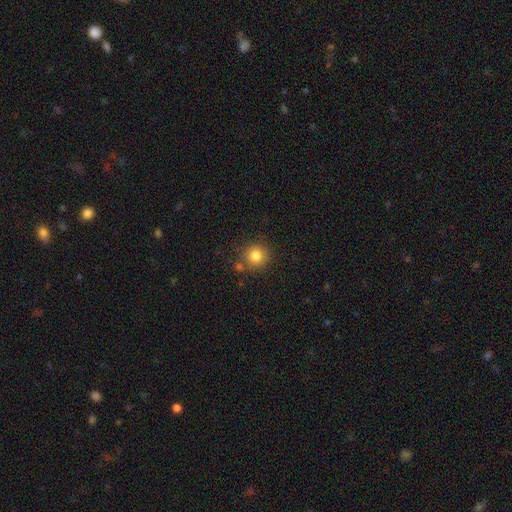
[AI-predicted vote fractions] Overall: smooth (82%). How rounded: round (91%). Merging: none (78%).